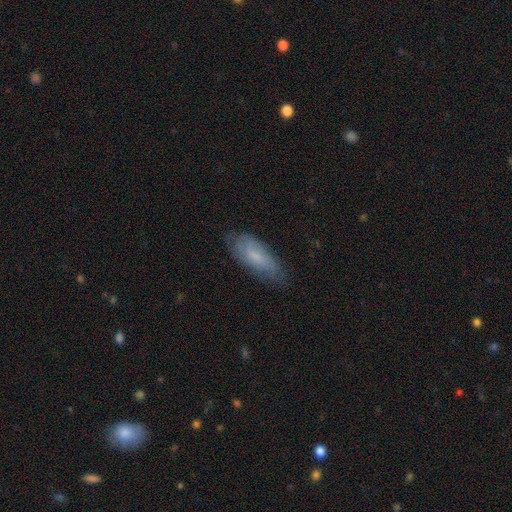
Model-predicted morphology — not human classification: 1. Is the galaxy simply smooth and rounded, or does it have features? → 66% smooth, 27% featured or disk, 7% star or artifact.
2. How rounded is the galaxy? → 72% in between, 26% cigar-shaped, 2% round.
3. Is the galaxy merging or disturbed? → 71% none, 23% minor disturbance, 5% major disturbance, 1% merger.